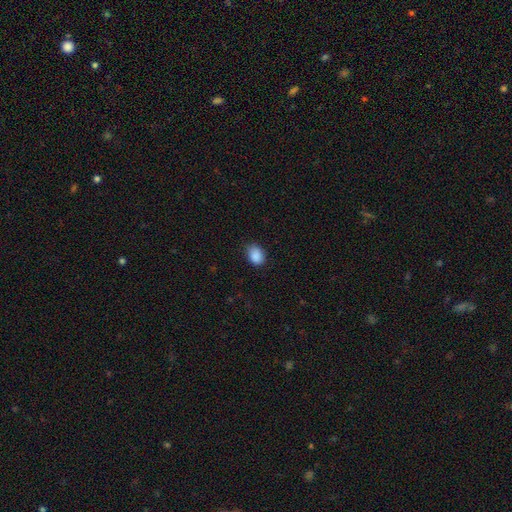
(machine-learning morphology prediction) type=smooth (89%); roundness=in between (69%); merging=none (78%).